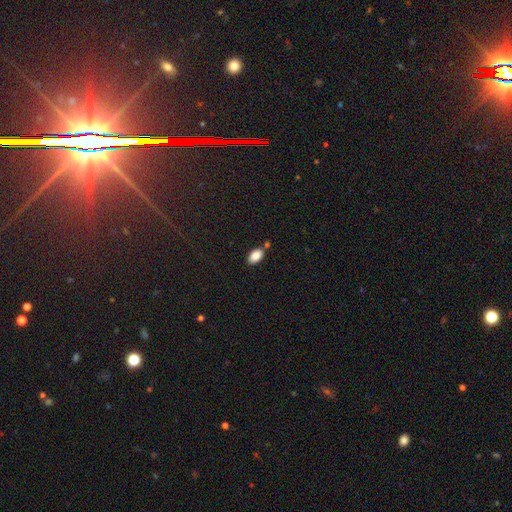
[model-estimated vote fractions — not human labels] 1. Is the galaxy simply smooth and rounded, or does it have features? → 86% smooth, 8% star or artifact, 6% featured or disk.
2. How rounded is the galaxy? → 94% in between, 4% round, 3% cigar-shaped.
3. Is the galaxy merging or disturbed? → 75% none, 12% minor disturbance, 11% merger, 3% major disturbance.